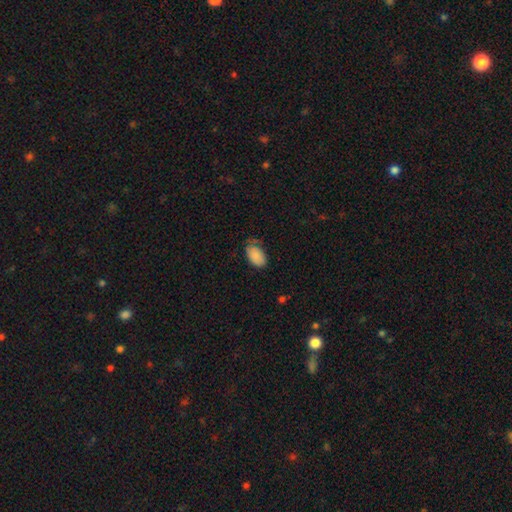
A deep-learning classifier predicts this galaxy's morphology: type=smooth (86%); roundness=in between (93%); merging=none (57%).